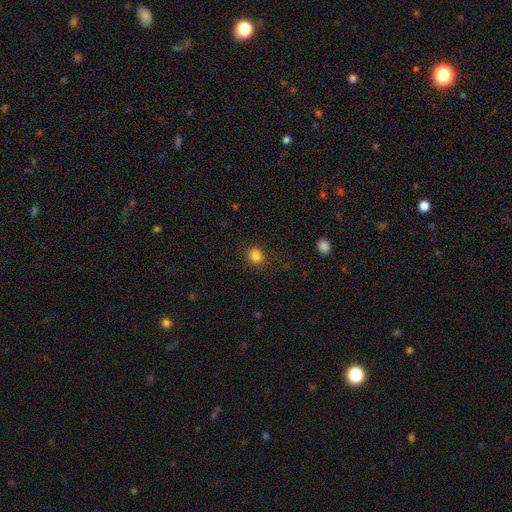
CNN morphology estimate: smooth 84%, star or artifact 12%, featured or disk 4%. Down the decision tree: how rounded — round (69%); merging — none (84%).